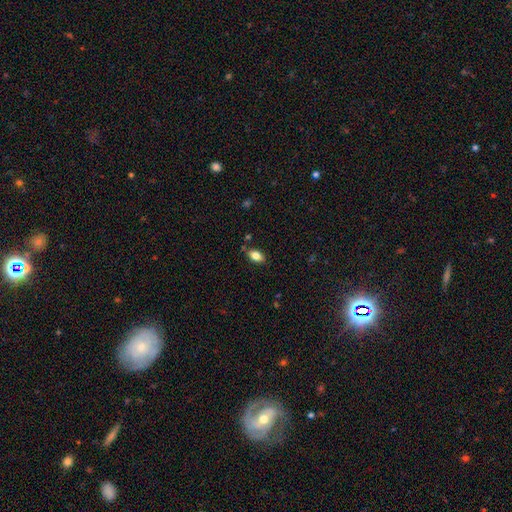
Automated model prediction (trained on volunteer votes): smooth-or-featured: smooth: 81% | featured or disk: 10% | star or artifact: 9%
  how-rounded: in between: 89% | round: 8% | cigar-shaped: 3%
  merging: none: 81% | minor disturbance: 13% | merger: 4% | major disturbance: 3%